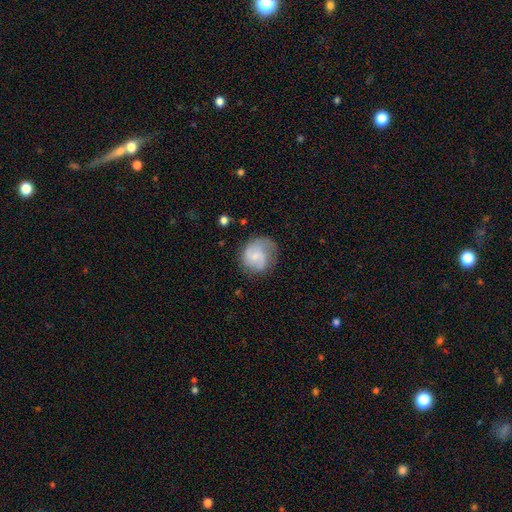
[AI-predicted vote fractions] featured or disk 49%, smooth 44%, star or artifact 7%. Down the decision tree: merging — none (51%).